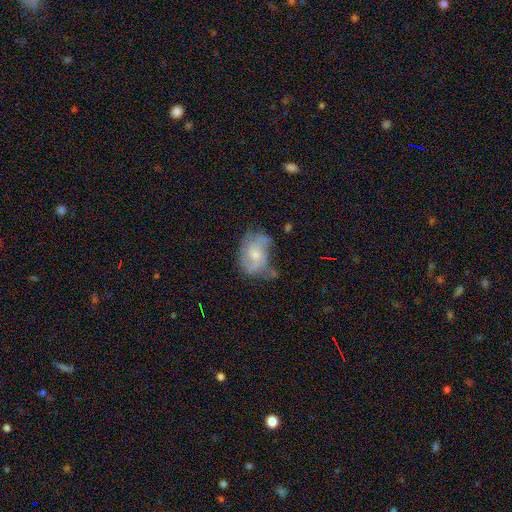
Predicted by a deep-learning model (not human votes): Morphology: type=featured or disk (53%); edge-on=no (97%); bar=no (79%); spiral arms=yes (52%); bulge=moderate (45%); merging=none (33%).